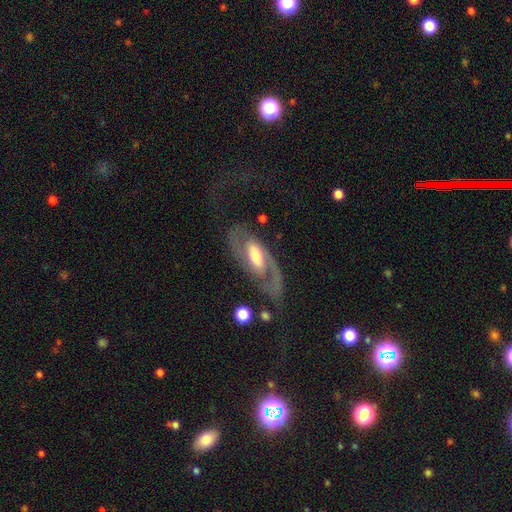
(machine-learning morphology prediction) Smooth or featured? featured or disk (83%)
Edge-on disk? no (93%)
Bar? weak (44%)
Spiral arms? yes (91%)
Spiral winding? medium (48%)
Spiral arm count? 2 (81%)
Bulge size? moderate (57%)
Merging? none (62%)